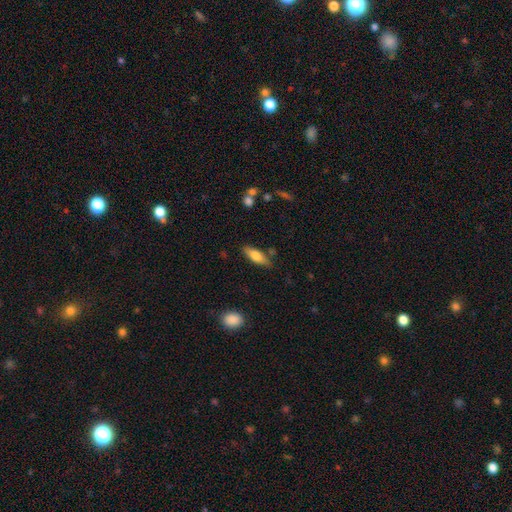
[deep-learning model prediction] This is likely a smooth galaxy (74%). How rounded: likely in between (64%). Merging: likely none (79%).